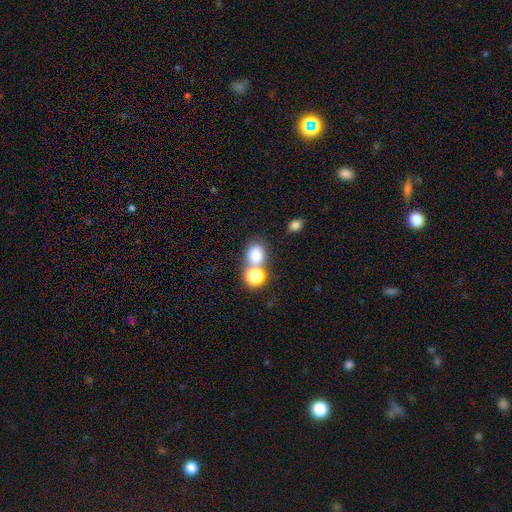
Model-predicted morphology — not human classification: smooth-or-featured: smooth: 78% | star or artifact: 14% | featured or disk: 8%
  how-rounded: round: 60% | in between: 38% | cigar-shaped: 1%
  merging: none: 45% | merger: 41% | minor disturbance: 9% | major disturbance: 5%